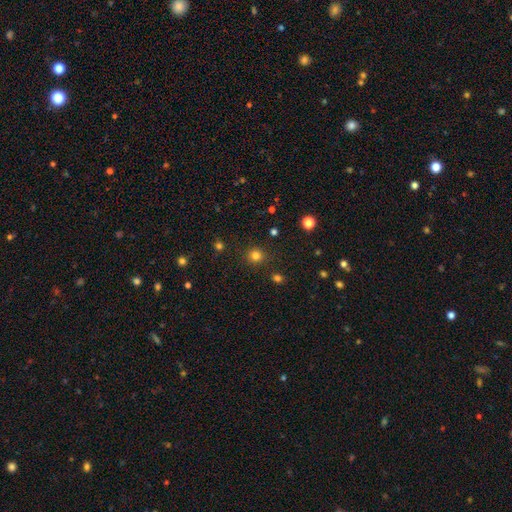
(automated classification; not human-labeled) Morphology: type=smooth (80%); roundness=round (92%); merging=none (89%).